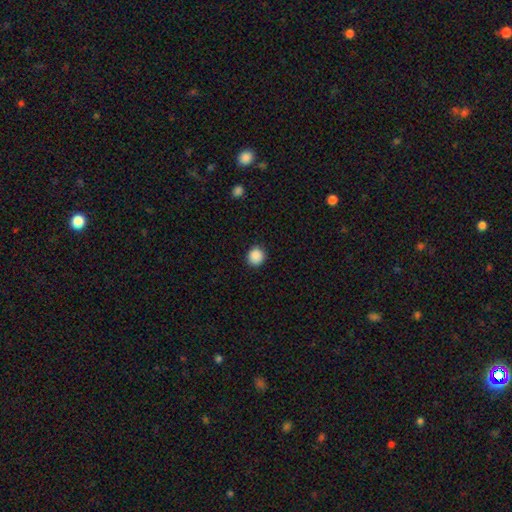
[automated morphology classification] type=smooth (89%); roundness=round (85%); merging=none (90%).